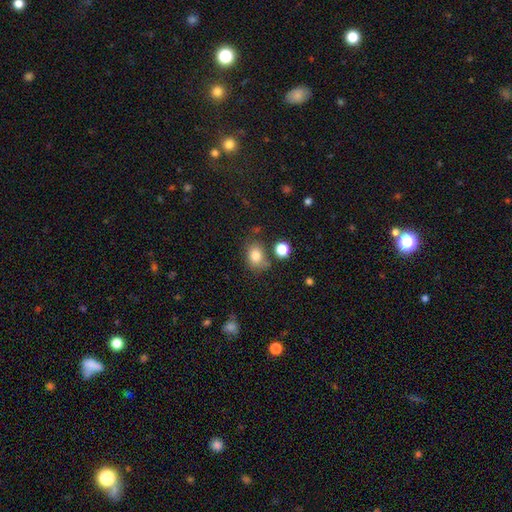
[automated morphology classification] Smooth or featured? smooth (81%)
How rounded? in between (55%)
Merging? none (65%)